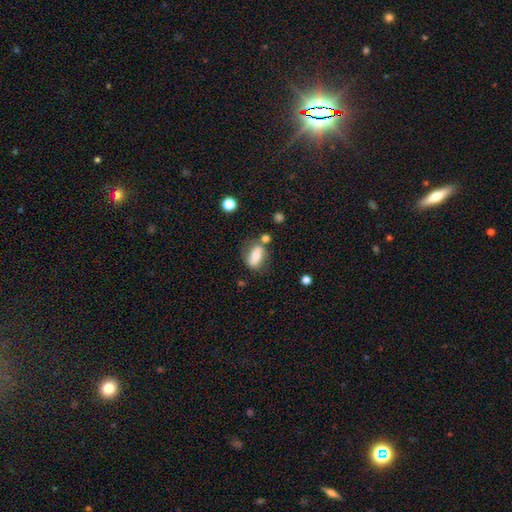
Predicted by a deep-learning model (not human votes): This is likely a smooth galaxy (64%). How rounded: likely in between (77%). Merging: possibly none (60%).